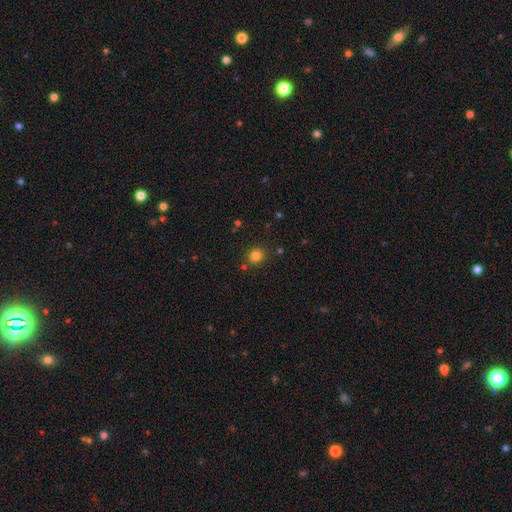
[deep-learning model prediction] The model was most divided on "smooth or featured": smooth: 81%, star or artifact: 14%, featured or disk: 5%. More confident: how rounded — round (85%); merging — none (84%).